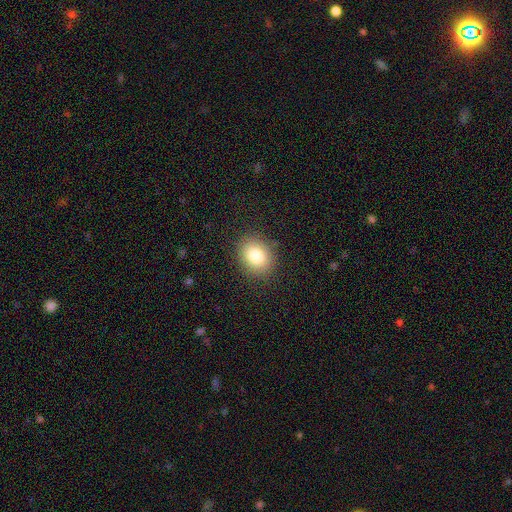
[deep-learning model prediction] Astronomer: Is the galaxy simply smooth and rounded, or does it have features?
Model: smooth — 84%.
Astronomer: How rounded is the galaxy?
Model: in between — 55% (runner-up: round, 44%).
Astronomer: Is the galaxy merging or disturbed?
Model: none — 86%.